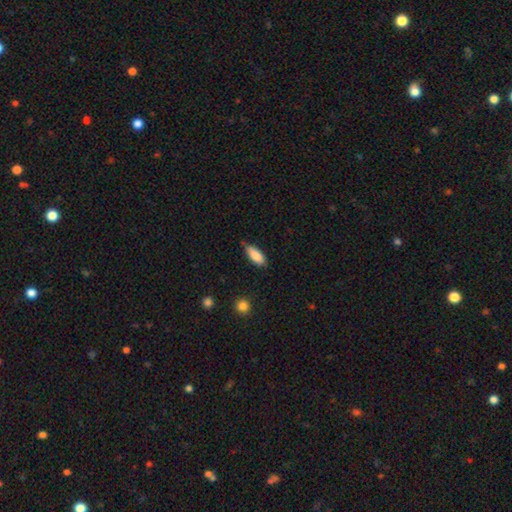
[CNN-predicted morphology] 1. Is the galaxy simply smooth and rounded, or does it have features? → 87% smooth, 7% featured or disk, 6% star or artifact.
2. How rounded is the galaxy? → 78% in between, 20% cigar-shaped, 2% round.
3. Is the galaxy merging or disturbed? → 65% none, 28% minor disturbance, 4% major disturbance, 3% merger.